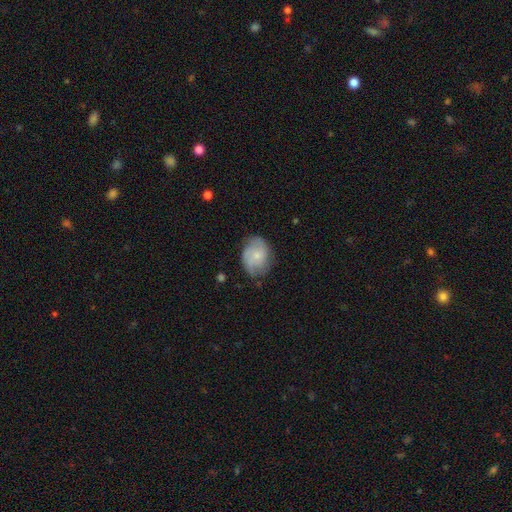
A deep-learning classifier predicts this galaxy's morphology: type=smooth (52%); roundness=in between (54%); merging=none (65%).